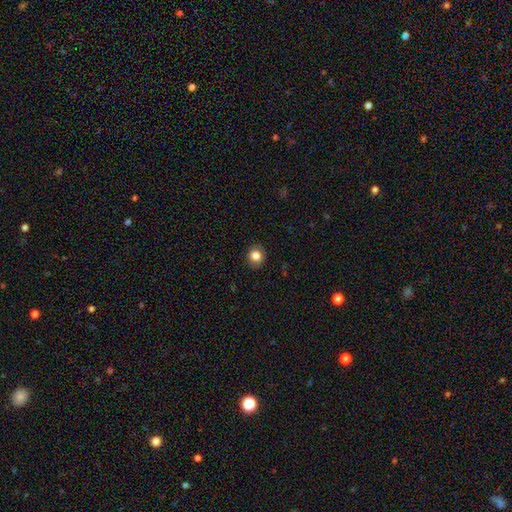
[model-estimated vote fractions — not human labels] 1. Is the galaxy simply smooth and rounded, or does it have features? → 83% smooth, 10% star or artifact, 7% featured or disk.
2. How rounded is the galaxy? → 79% round, 20% in between, 1% cigar-shaped.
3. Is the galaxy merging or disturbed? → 88% none, 8% minor disturbance, 2% major disturbance, 1% merger.